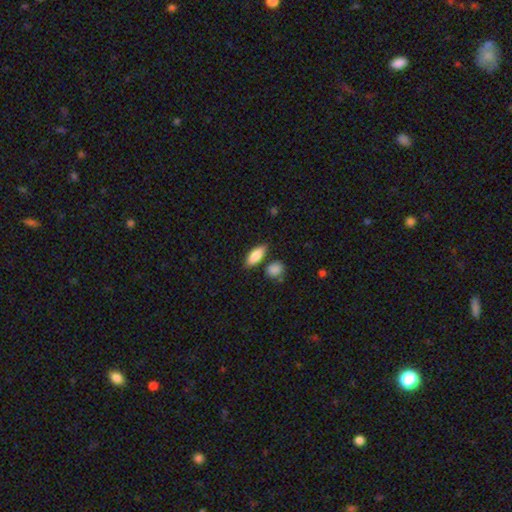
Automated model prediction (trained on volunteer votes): A smooth galaxy with no disk features (84%) that is in between round and cigar-shaped (77%). Merging: none (78%).